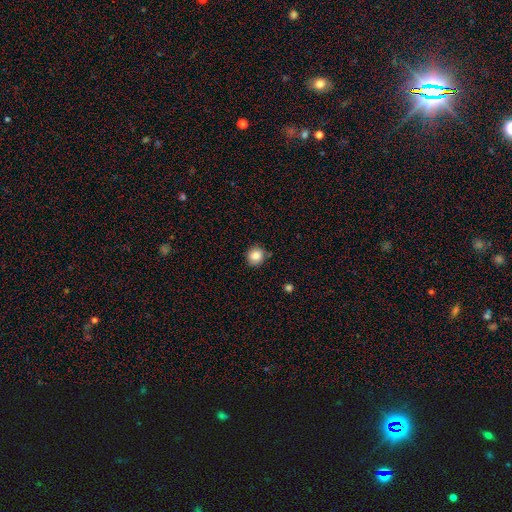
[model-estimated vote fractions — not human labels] A smooth galaxy with no disk features (84%) that is round (87%).

Vote fractions:
- Smooth or featured? smooth: 84% / star or artifact: 10% / featured or disk: 7%
- How rounded? round: 87% / in between: 12% / cigar-shaped: 1%
- Merging? none: 81% / minor disturbance: 14% / major disturbance: 3% / merger: 2%